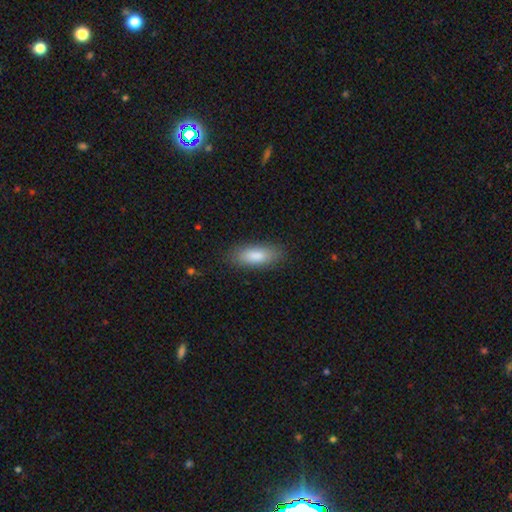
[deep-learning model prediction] Overall: smooth (86%). How rounded: in between (77%). Merging: none (84%).